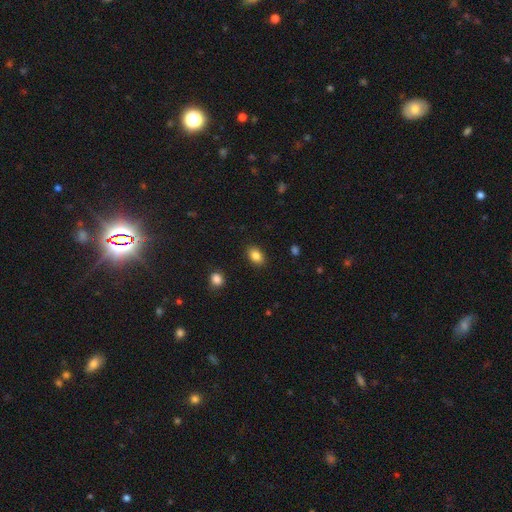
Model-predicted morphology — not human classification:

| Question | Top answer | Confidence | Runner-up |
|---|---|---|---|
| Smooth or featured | smooth | 85% | star or artifact (9%) |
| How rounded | in between | 82% | round (17%) |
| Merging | none | 88% | minor disturbance (8%) |